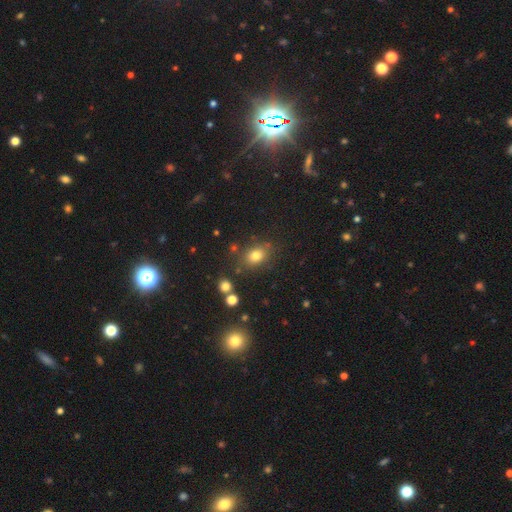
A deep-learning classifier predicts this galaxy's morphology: A smooth galaxy with no disk features (77%) that is in between round and cigar-shaped (58%). Merging: none (77%).